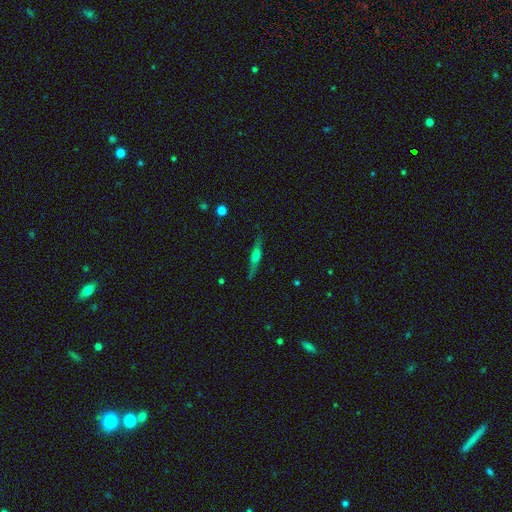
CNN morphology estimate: smooth_or_featured: featured or disk (p=0.61) [alt: smooth p=0.32]
disk_edge_on: yes (p=0.95) [alt: no p=0.05]
edge_on_bulge: rounded (p=0.70) [alt: boxy p=0.19]
merging: none (p=0.85) [alt: minor disturbance p=0.11]